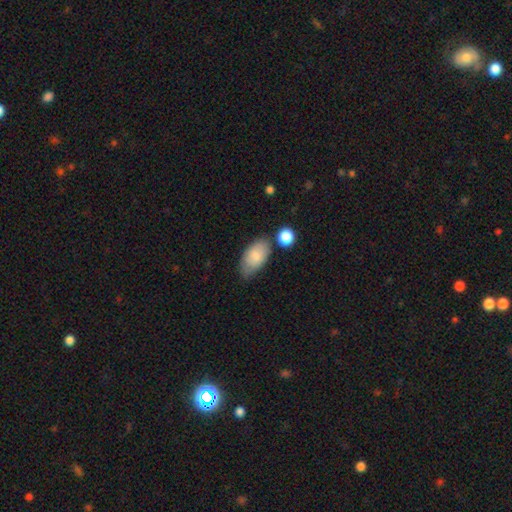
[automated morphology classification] The model was most divided on "merging": none: 60%, minor disturbance: 25%, merger: 8%, major disturbance: 6%. More confident: how rounded — in between (93%); smooth or featured — smooth (82%).